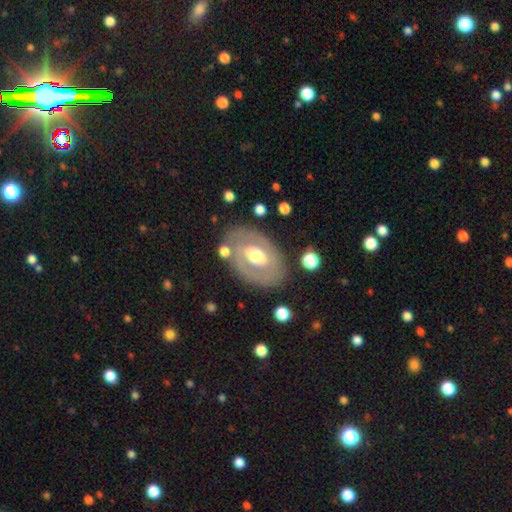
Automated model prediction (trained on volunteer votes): A featured or disk galaxy (60%) with no bar (63%), no spiral arms (76%) and a moderate central bulge (65%).

Vote fractions:
- Smooth or featured? featured or disk: 60% / smooth: 34% / star or artifact: 6%
- Edge-on disk? no: 92% / yes: 8%
- Bar? no: 63% / weak: 25% / strong: 11%
- Spiral arms? no: 76% / yes: 24%
- Bulge size? moderate: 65% / large: 23% / small: 8% / dominant: 2% / none: 1%
- Merging? none: 75% / minor disturbance: 15% / major disturbance: 7% / merger: 4%